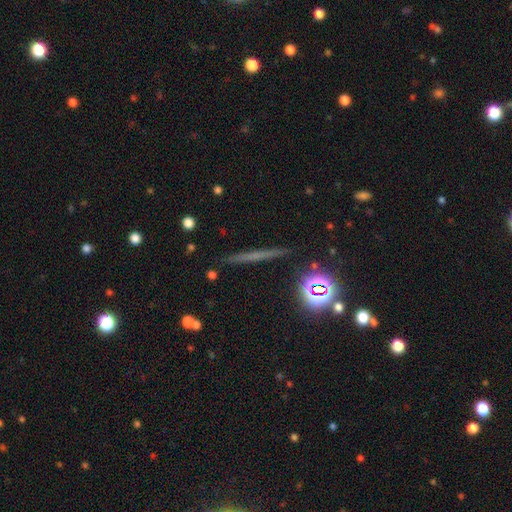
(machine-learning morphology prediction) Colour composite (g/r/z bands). It shows a featured or disk galaxy (42%). Merging: none (89%).